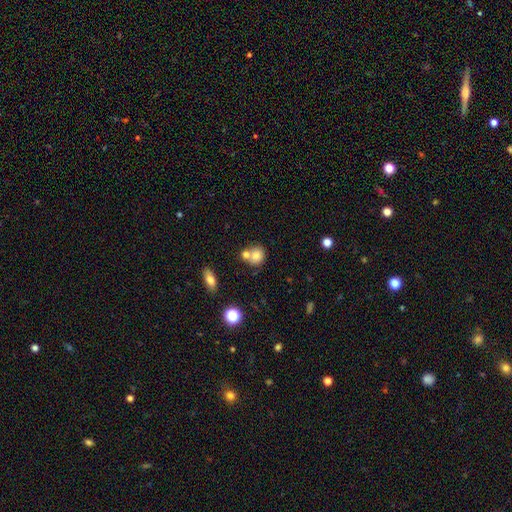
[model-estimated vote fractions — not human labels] A smooth galaxy with no disk features (76%) that is round (77%). Merging: none (45%).